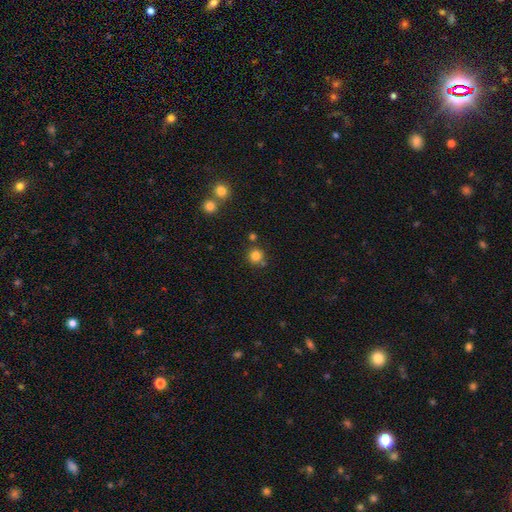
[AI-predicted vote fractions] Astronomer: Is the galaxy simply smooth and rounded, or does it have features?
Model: smooth — 81%.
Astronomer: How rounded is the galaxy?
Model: round — 93%.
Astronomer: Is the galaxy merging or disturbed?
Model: none — 74%.